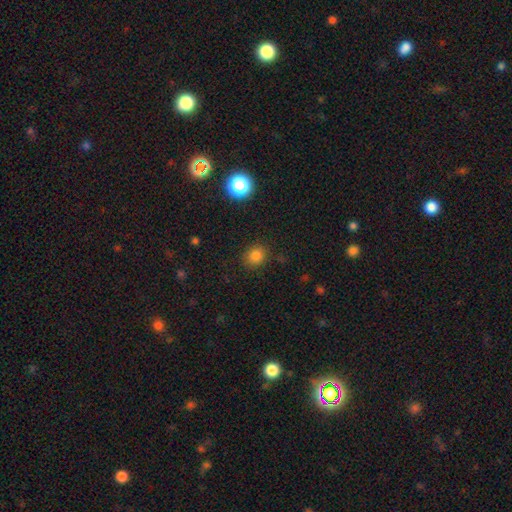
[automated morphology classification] This appears to be a smooth galaxy with no disk features (81%) that is round (70%). Merging: none (87%).